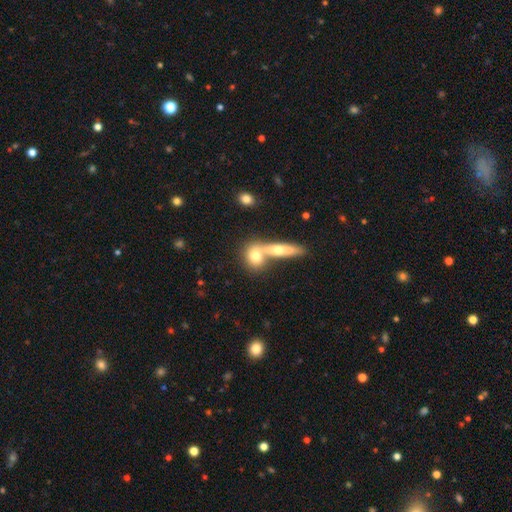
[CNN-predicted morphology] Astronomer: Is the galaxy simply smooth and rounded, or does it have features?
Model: smooth — 70%.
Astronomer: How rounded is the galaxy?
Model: round — 49% (runner-up: in between, 40%).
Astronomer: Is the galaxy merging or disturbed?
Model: merger — 57% (runner-up: none, 33%).